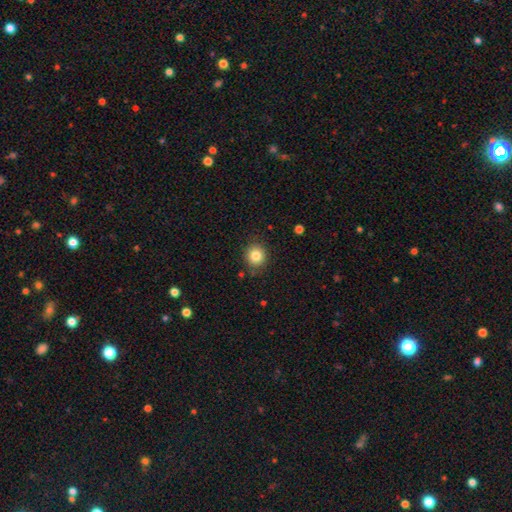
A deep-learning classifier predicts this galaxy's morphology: This is clearly a smooth galaxy (84%). How rounded: clearly round (87%). Merging: clearly none (87%).